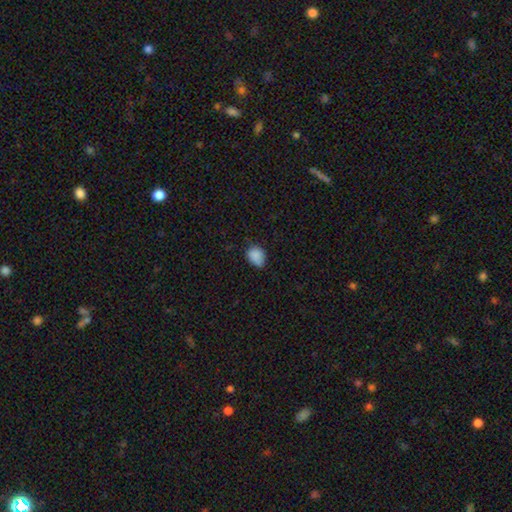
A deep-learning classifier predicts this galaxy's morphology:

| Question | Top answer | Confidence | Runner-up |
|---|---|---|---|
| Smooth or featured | smooth | 85% | star or artifact (9%) |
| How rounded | in between | 58% | round (41%) |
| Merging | none | 60% | minor disturbance (33%) |